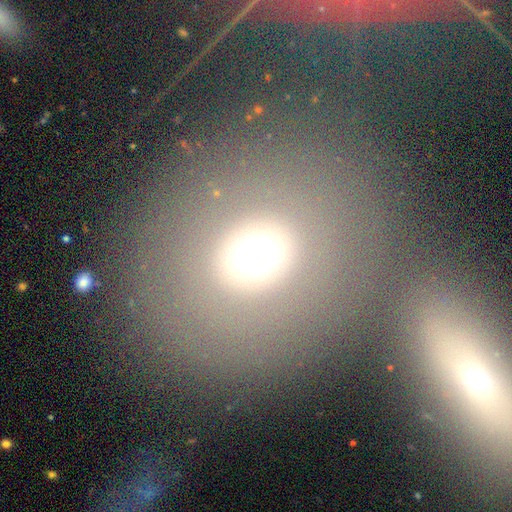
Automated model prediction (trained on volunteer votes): Smooth or featured? Predicted: smooth (p=0.66). How rounded? Predicted: round (p=0.72). Merging? Predicted: none (p=0.70).